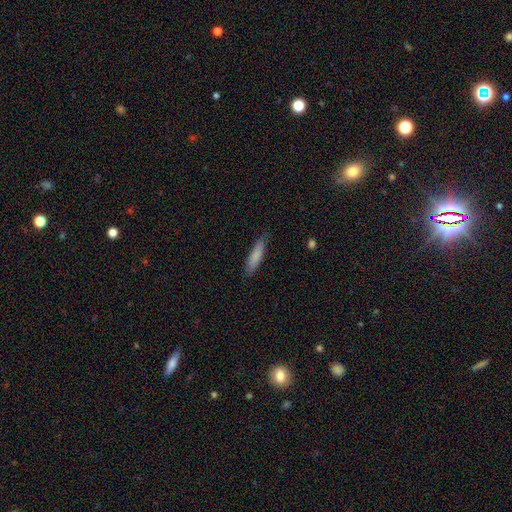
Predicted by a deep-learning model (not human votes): A smooth galaxy with no disk features (81%) that is cigar-shaped (77%). Merging: none (84%).